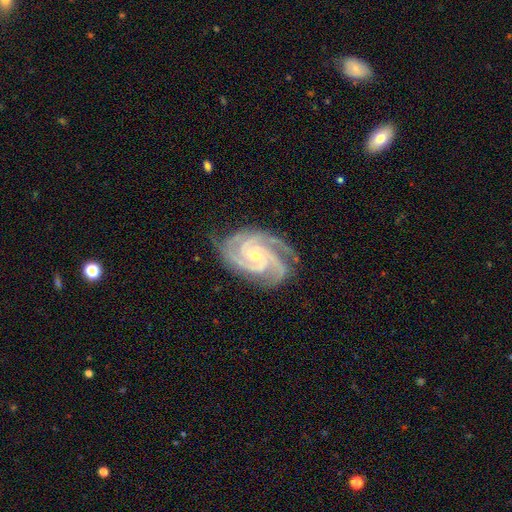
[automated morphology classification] Smooth or featured? featured or disk (94%)
Edge-on disk? no (98%)
Bar? no (63%)
Spiral arms? yes (99%)
Spiral winding? tight (67%)
Spiral arm count? 3 (55%)
Bulge size? small (71%)
Merging? none (77%)